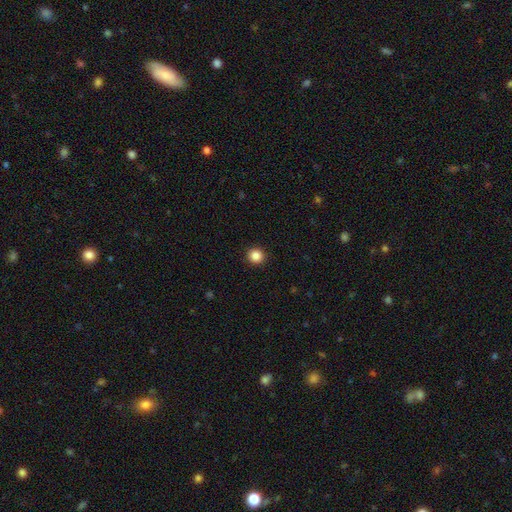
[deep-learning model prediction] Smooth or featured? smooth (86%)
How rounded? round (93%)
Merging? none (93%)